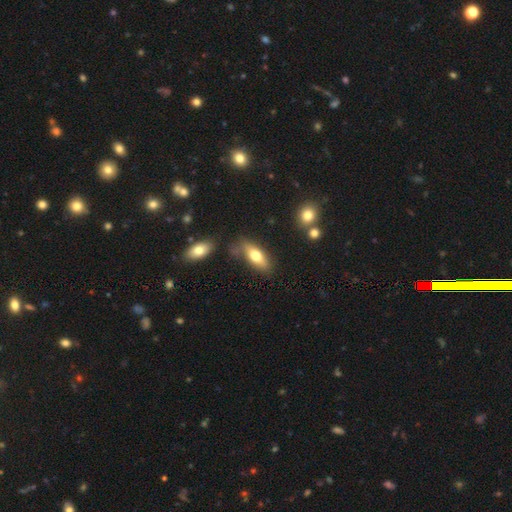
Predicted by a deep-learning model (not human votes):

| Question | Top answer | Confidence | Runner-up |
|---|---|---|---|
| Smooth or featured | smooth | 67% | featured or disk (25%) |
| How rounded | in between | 73% | cigar-shaped (23%) |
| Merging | none | 65% | minor disturbance (19%) |